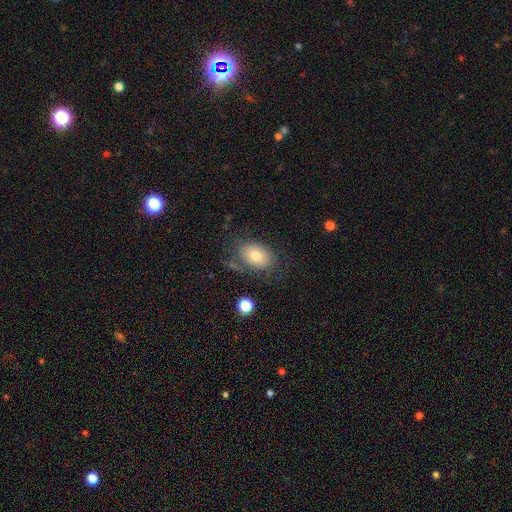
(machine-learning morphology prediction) Smooth or featured?
  - smooth: 75% *
  - featured or disk: 15%
  - star or artifact: 9%
How rounded?
  - in between: 82% *
  - round: 16%
  - cigar-shaped: 1%
Merging?
  - none: 67% *
  - minor disturbance: 19%
  - major disturbance: 9%
  - merger: 5%